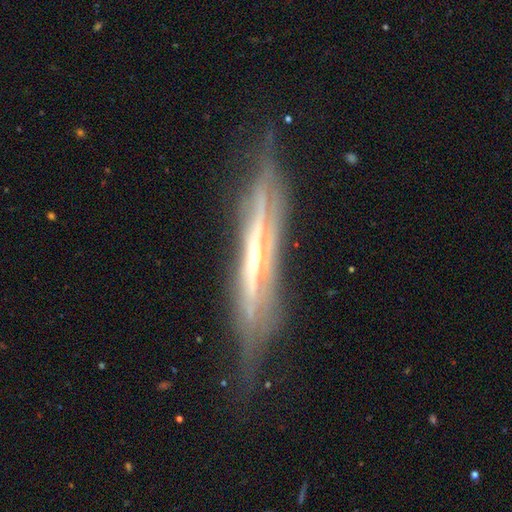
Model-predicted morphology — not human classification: Smooth or featured?
  - featured or disk: 83% *
  - smooth: 10%
  - star or artifact: 6%
Edge-on disk?
  - yes: 85% *
  - no: 15%
Edge-on bulge?
  - rounded: 56% *
  - none: 37%
  - boxy: 6%
Merging?
  - none: 68% *
  - minor disturbance: 22%
  - major disturbance: 7%
  - merger: 2%